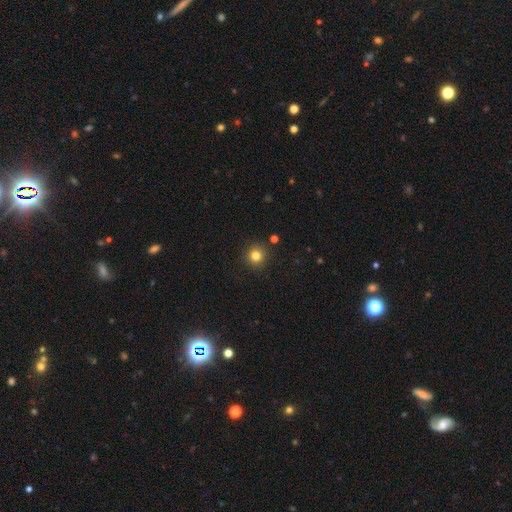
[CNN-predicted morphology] This appears to be a smooth galaxy with no disk features (81%) that is round (93%). Merging: none (89%).